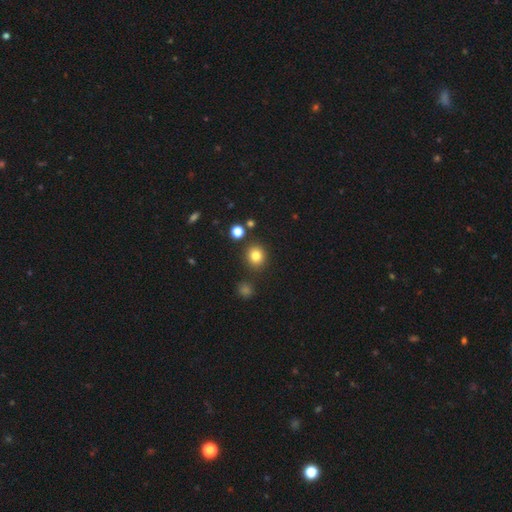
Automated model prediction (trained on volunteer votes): The model was most divided on "smooth or featured": smooth: 81%, star or artifact: 13%, featured or disk: 6%. More confident: merging — none (86%); how rounded — round (85%).